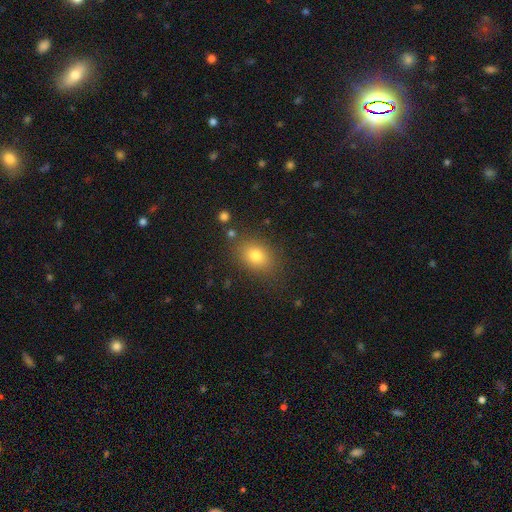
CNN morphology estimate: A smooth galaxy with no disk features (77%) that is in between round and cigar-shaped (65%).

Vote fractions:
- Smooth or featured? smooth: 77% / star or artifact: 13% / featured or disk: 10%
- How rounded? in between: 65% / round: 34% / cigar-shaped: 1%
- Merging? none: 82% / minor disturbance: 11% / major disturbance: 4% / merger: 3%